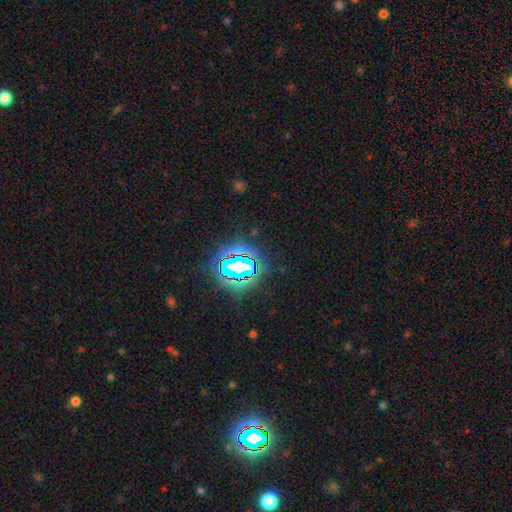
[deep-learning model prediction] Smooth or featured? star or artifact (82%)